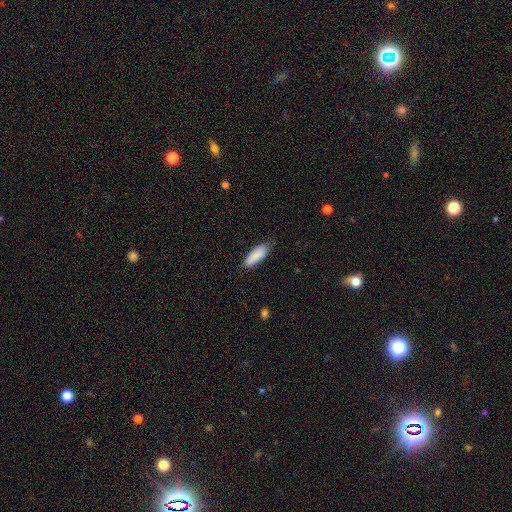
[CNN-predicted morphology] Smooth or featured? smooth (88%)
How rounded? in between (64%)
Merging? none (74%)